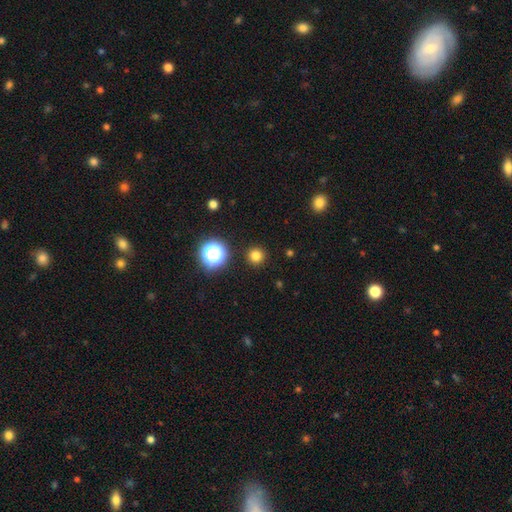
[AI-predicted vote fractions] Overall: smooth (78%). How rounded: round (96%). Merging: none (92%).